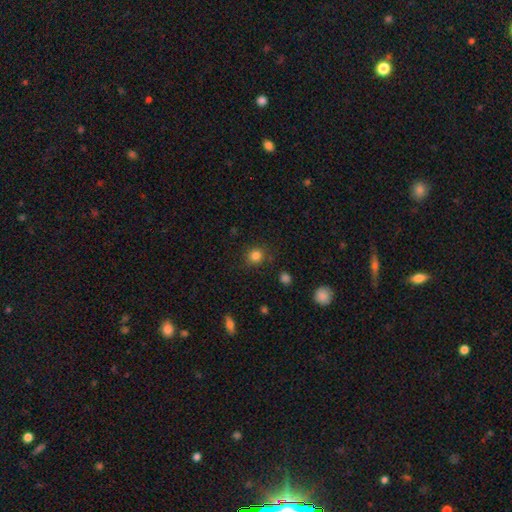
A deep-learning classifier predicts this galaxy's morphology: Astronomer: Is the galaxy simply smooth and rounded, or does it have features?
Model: smooth — 83%.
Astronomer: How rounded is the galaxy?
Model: round — 88%.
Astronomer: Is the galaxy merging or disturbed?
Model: none — 86%.